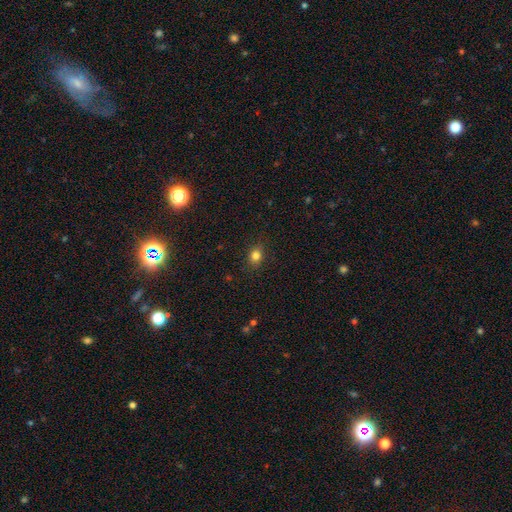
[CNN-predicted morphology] Smooth or featured? smooth (82%)
How rounded? round (58%)
Merging? none (88%)